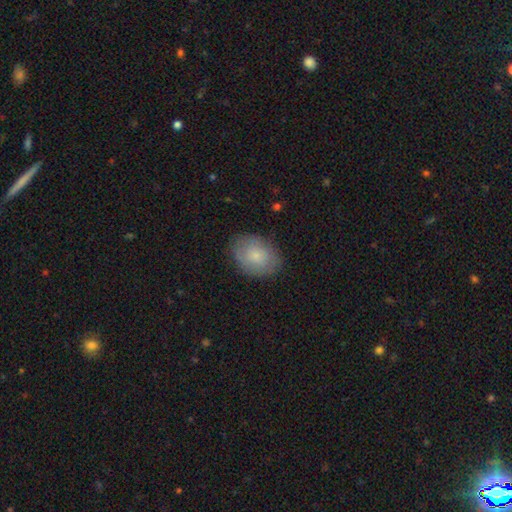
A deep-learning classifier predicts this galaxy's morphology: This is likely a smooth galaxy (75%). How rounded: likely in between (71%). Merging: clearly none (80%).